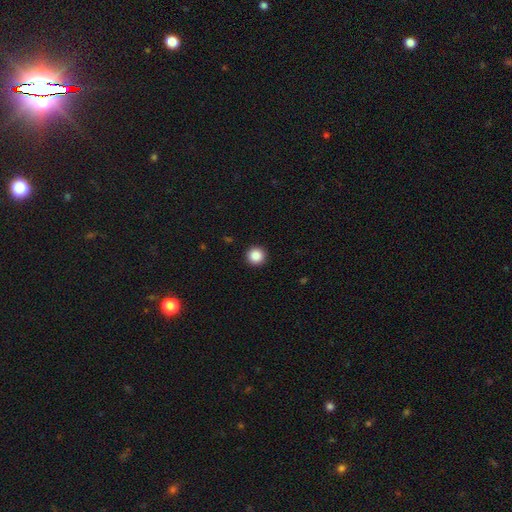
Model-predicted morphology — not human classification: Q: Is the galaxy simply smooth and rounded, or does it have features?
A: smooth — 88%.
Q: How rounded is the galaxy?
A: round — 96%.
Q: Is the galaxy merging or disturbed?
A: none — 93%.